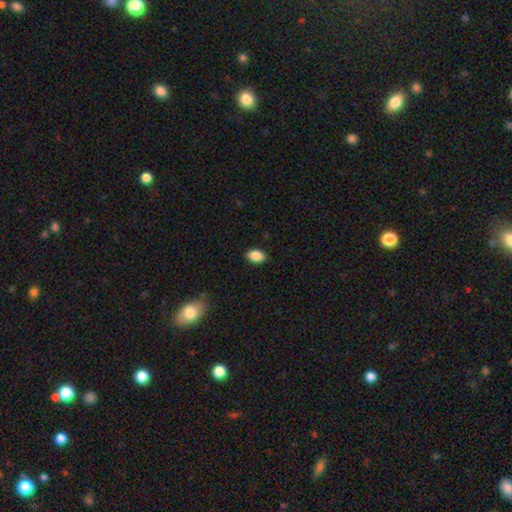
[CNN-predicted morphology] smooth_or_featured: smooth (p=0.88) [alt: star or artifact p=0.08]
how_rounded: in between (p=0.87) [alt: round p=0.12]
merging: none (p=0.89) [alt: minor disturbance p=0.08]